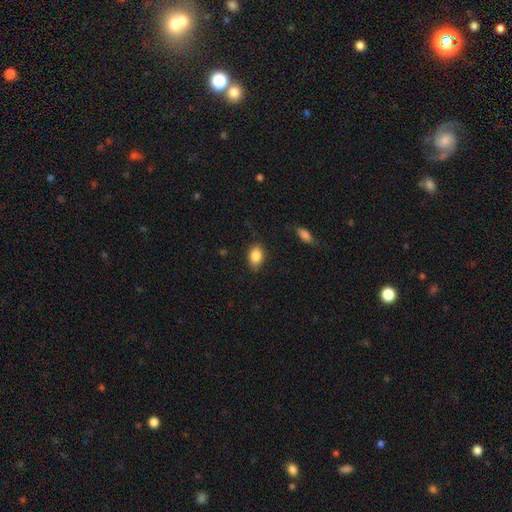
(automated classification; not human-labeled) A smooth galaxy with no disk features (85%) that is in between round and cigar-shaped (82%).

Vote fractions:
- Smooth or featured? smooth: 85% / star or artifact: 8% / featured or disk: 7%
- How rounded? in between: 82% / round: 16% / cigar-shaped: 2%
- Merging? none: 81% / minor disturbance: 14% / major disturbance: 3% / merger: 1%